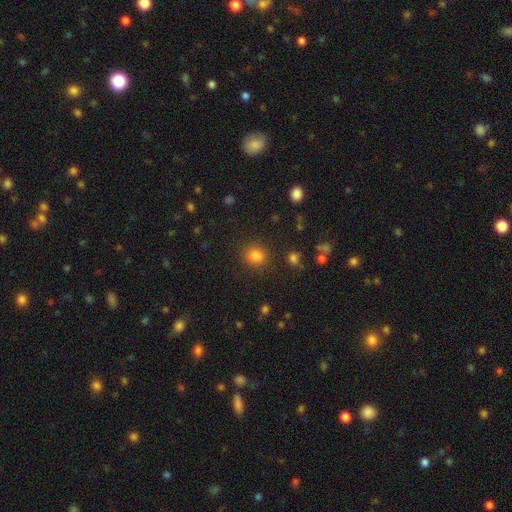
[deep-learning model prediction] Morphology: type=smooth (81%); roundness=round (82%); merging=none (86%).